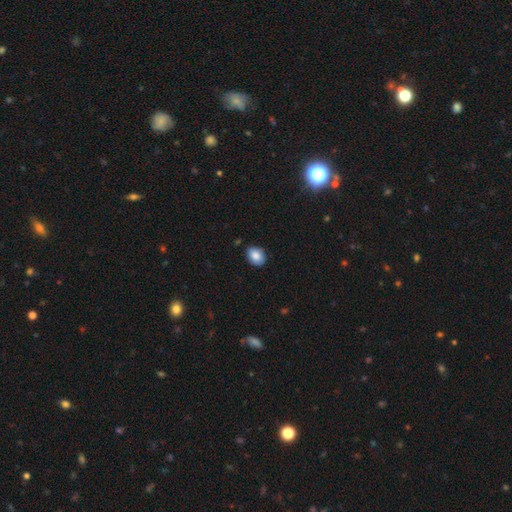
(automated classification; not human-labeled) This is clearly a smooth galaxy (85%). How rounded: likely in between (69%). Merging: clearly none (84%).